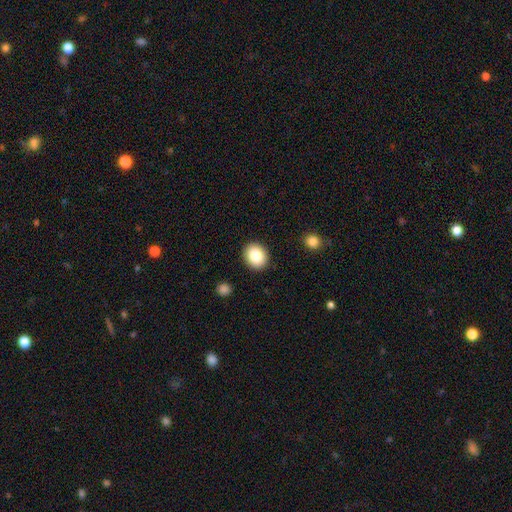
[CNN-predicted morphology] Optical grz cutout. It shows a smooth galaxy with no disk features (85%) that is round (64%). Merging: none (90%).